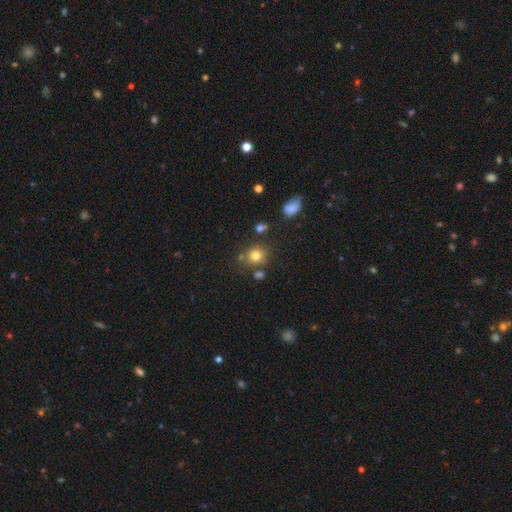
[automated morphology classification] Smooth or featured? smooth (77%)
How rounded? round (79%)
Merging? none (72%)